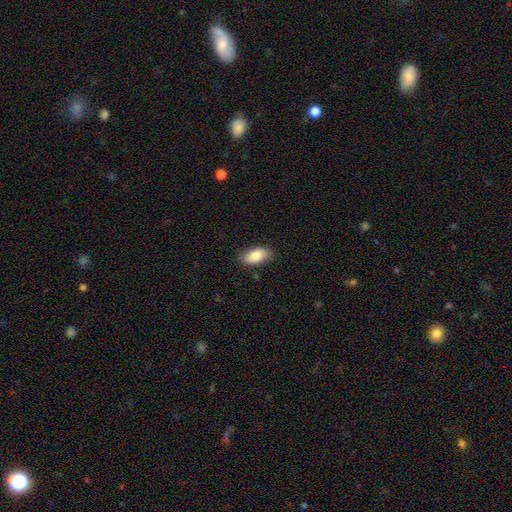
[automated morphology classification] smooth 84%, featured or disk 9%, star or artifact 7%. Down the decision tree: how rounded — in between (92%); merging — none (85%).